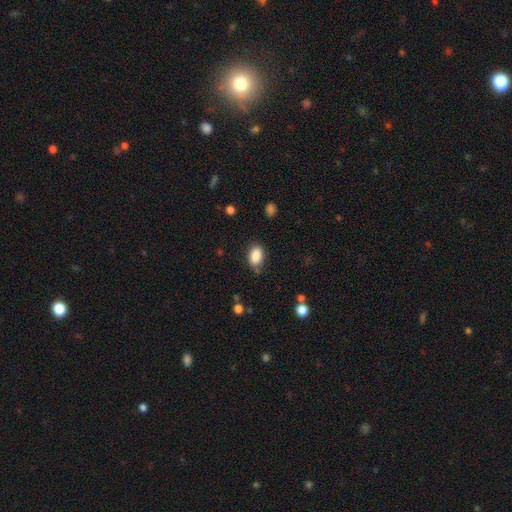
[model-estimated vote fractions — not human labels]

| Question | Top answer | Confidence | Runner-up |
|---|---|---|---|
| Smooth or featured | smooth | 87% | star or artifact (8%) |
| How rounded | in between | 85% | round (13%) |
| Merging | none | 79% | minor disturbance (15%) |